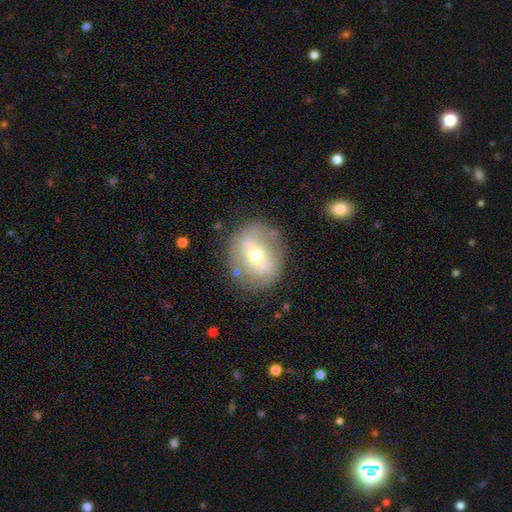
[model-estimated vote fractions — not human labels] smooth_or_featured: featured or disk (p=0.58) [alt: smooth p=0.34]
disk_edge_on: no (p=0.90) [alt: yes p=0.10]
bar: strong (p=0.43) [alt: weak p=0.36]
has_spiral_arms: no (p=0.61) [alt: yes p=0.39]
bulge_size: moderate (p=0.58) [alt: small p=0.36]
merging: none (p=0.77) [alt: minor disturbance p=0.14]